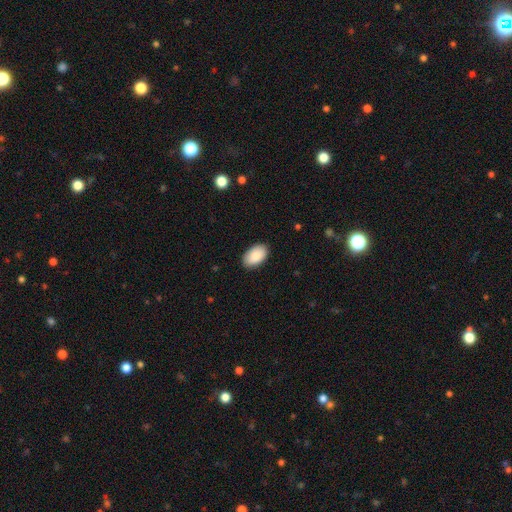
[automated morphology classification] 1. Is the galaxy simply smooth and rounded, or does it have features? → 90% smooth, 6% star or artifact, 5% featured or disk.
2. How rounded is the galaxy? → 95% in between, 4% round, 1% cigar-shaped.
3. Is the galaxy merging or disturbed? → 88% none, 9% minor disturbance, 2% major disturbance, 1% merger.